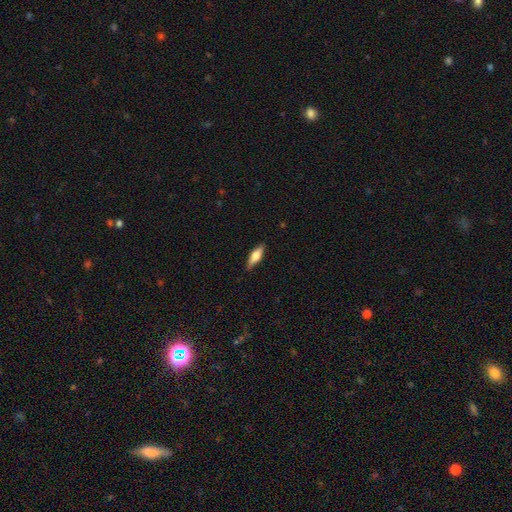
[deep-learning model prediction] smooth 56%, featured or disk 38%, star or artifact 6%. Down the decision tree: how rounded — in between (50%); merging — none (86%).